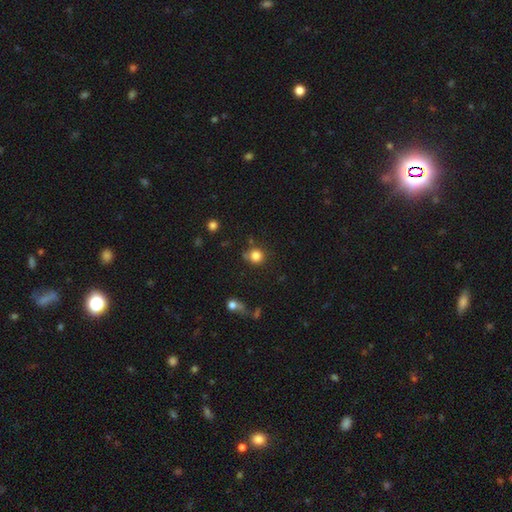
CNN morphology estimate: Smooth or featured? Predicted: smooth (p=0.82). How rounded? Predicted: round (p=0.89). Merging? Predicted: none (p=0.73).